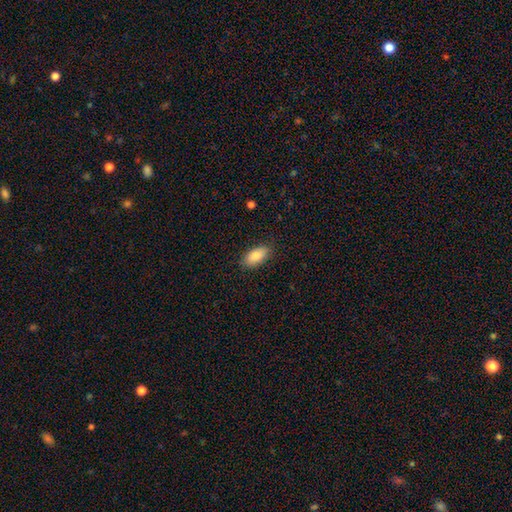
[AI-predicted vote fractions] A smooth galaxy with no disk features (85%) that is in between round and cigar-shaped (89%). Merging: none (85%).